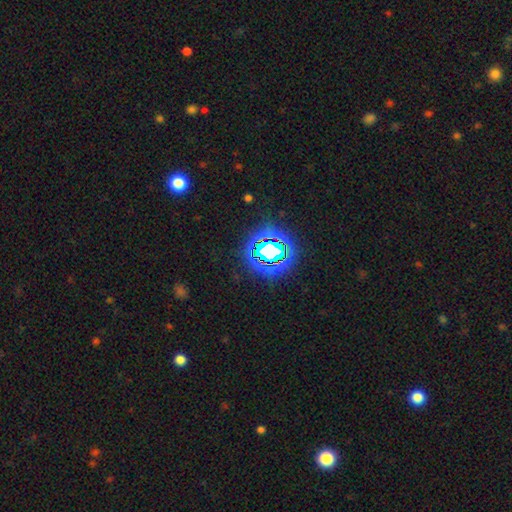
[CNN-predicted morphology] Smooth or featured?
  - star or artifact: 81% *
  - smooth: 12%
  - featured or disk: 7%